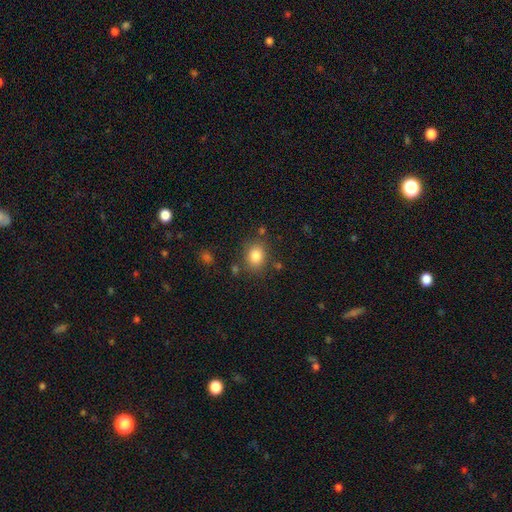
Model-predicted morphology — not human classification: Smooth or featured: smooth — 83% (star or artifact — 10%)
How rounded: in between — 51% (round — 48%)
Merging: none — 79% (minor disturbance — 12%)